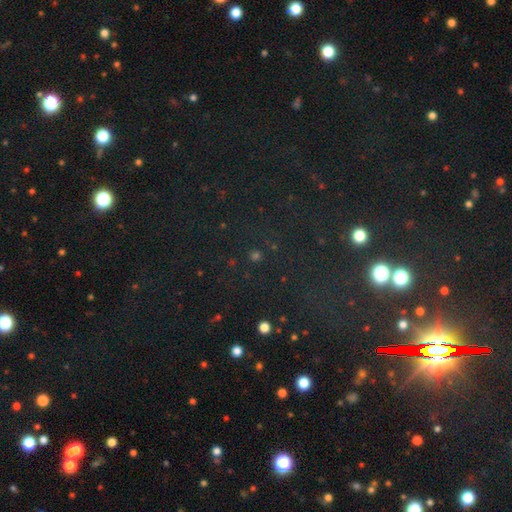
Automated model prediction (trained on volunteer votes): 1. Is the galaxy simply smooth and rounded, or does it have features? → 61% star or artifact, 31% smooth, 8% featured or disk.